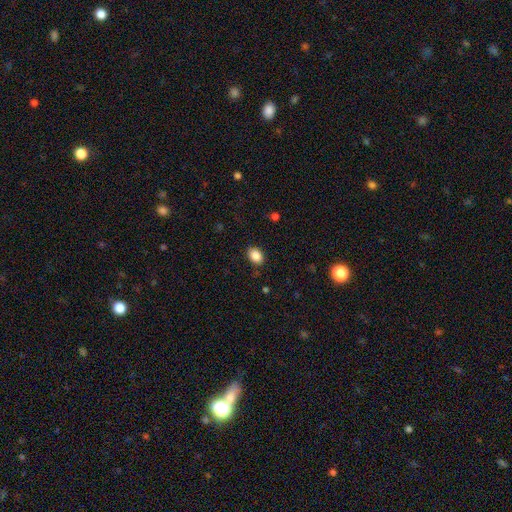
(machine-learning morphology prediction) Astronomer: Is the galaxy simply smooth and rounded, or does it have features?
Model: smooth — 87%.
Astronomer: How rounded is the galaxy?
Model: in between — 75%.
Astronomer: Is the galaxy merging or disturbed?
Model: none — 87%.